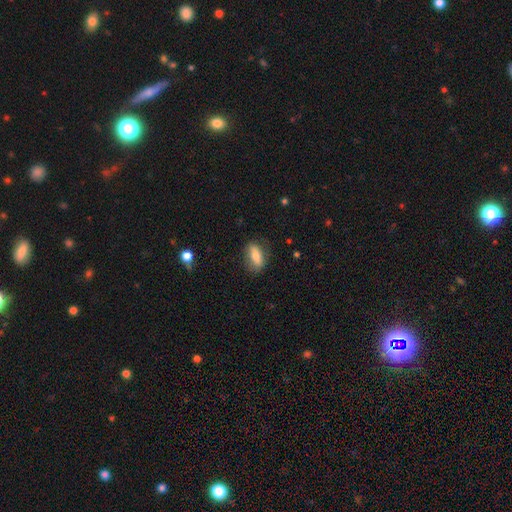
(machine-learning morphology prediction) Overall: smooth (68%). How rounded: in between (79%). Merging: none (77%).